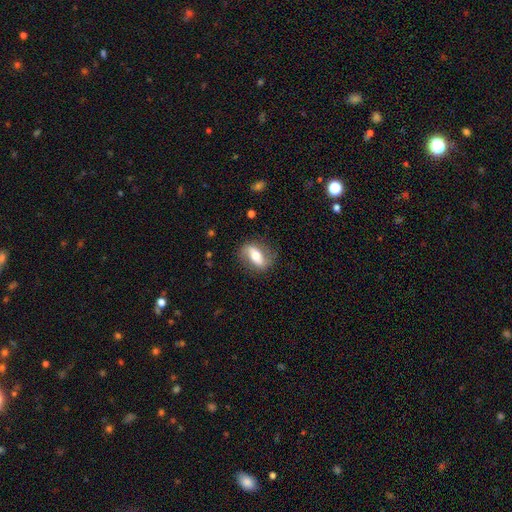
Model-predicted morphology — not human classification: This is possibly a featured or disk galaxy (57%). It is clearly not viewed edge-on (80%). Merging: likely none (78%).